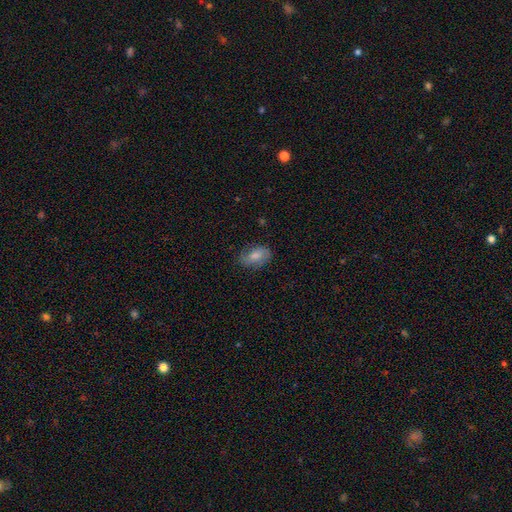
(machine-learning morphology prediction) smooth_or_featured: smooth (p=0.72) [alt: featured or disk p=0.21]
how_rounded: in between (p=0.88) [alt: round p=0.10]
merging: none (p=0.73) [alt: minor disturbance p=0.20]